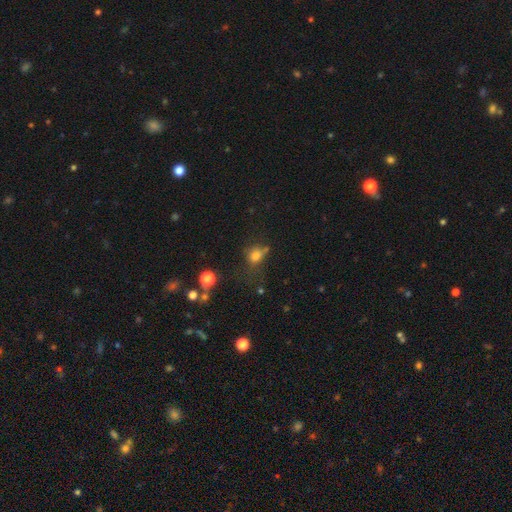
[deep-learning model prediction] Smooth or featured? Predicted: smooth (p=0.74). How rounded? Predicted: round (p=0.59). Merging? Predicted: none (p=0.46).